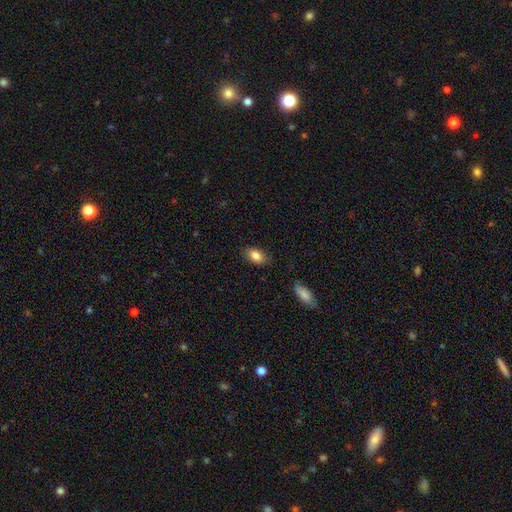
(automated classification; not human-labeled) A smooth galaxy with no disk features (84%) that is in between round and cigar-shaped (89%). Merging: none (84%).